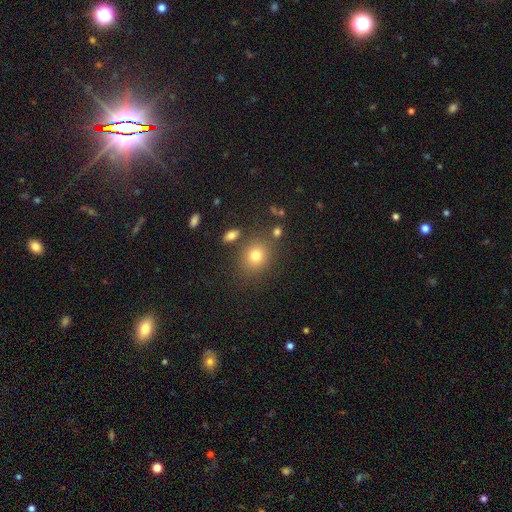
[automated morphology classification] Smooth or featured? smooth (77%)
How rounded? round (71%)
Merging? none (78%)